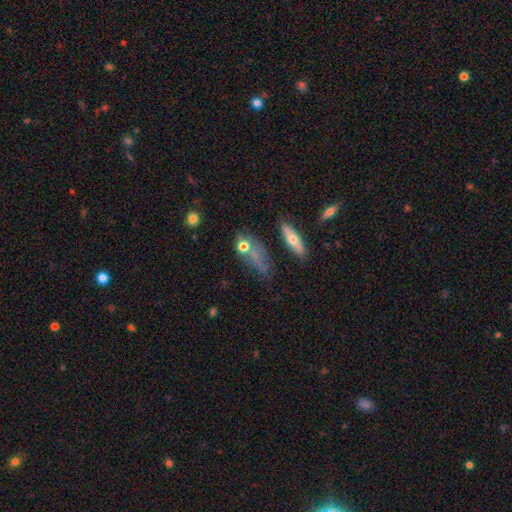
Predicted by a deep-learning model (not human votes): This appears to be a smooth galaxy with no disk features (51%) that is in between round and cigar-shaped (51%). Merging: none (48%).